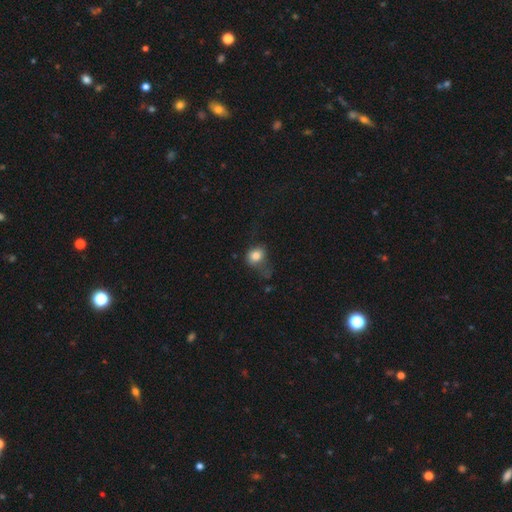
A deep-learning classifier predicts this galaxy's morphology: The model was most divided on "merging": none: 34%, major disturbance: 31%, minor disturbance: 30%, merger: 5%. More confident: smooth or featured — smooth (80%); how rounded — round (55%).